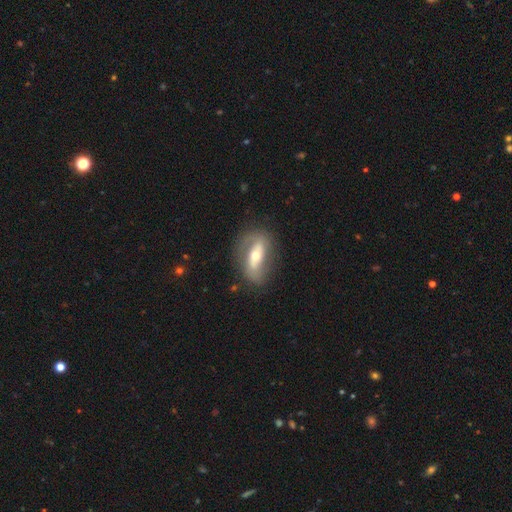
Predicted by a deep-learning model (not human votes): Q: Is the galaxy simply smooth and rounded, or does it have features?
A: featured or disk — 68%.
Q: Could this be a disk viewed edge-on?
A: no — 85%.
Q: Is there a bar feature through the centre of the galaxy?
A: strong — 44%.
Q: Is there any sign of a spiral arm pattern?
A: yes — 65%.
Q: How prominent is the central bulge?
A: moderate — 64%.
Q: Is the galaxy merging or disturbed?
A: none — 71%.